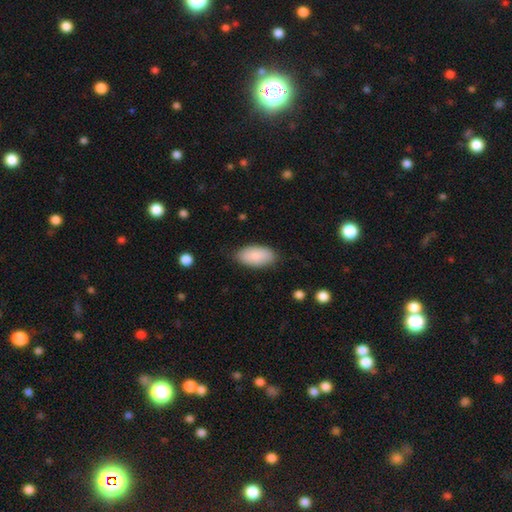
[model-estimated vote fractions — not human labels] Smooth or featured? Predicted: smooth (p=0.85). How rounded? Predicted: in between (p=0.94). Merging? Predicted: none (p=0.80).